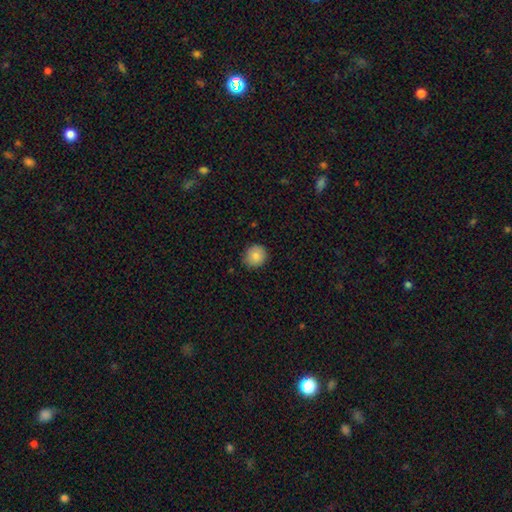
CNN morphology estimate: Smooth or featured?
  - smooth: 83% *
  - star or artifact: 9%
  - featured or disk: 8%
How rounded?
  - round: 90% *
  - in between: 9%
  - cigar-shaped: 1%
Merging?
  - none: 86% *
  - minor disturbance: 11%
  - major disturbance: 2%
  - merger: 1%